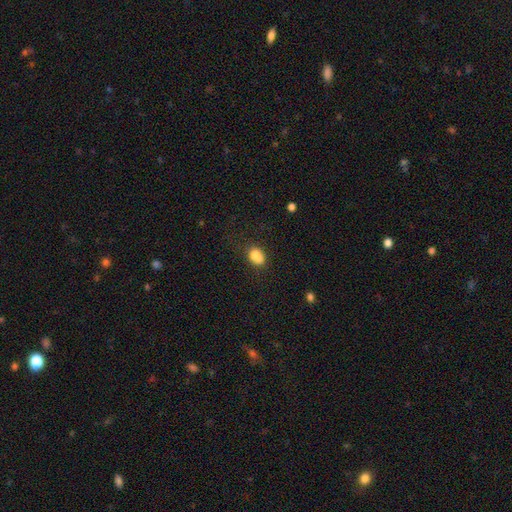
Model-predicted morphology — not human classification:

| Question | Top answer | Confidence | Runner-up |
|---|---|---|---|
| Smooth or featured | smooth | 82% | star or artifact (10%) |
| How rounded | in between | 64% | round (35%) |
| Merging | none | 60% | minor disturbance (23%) |